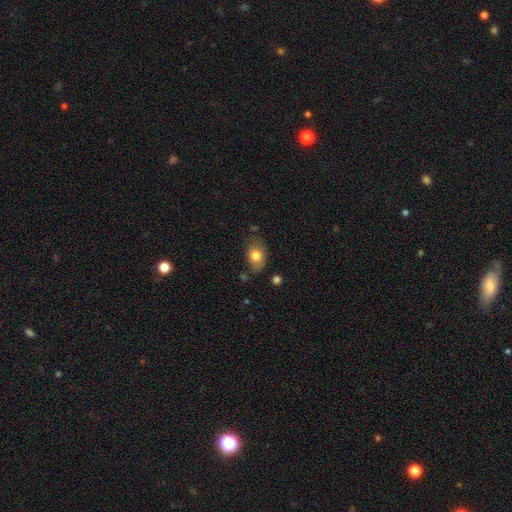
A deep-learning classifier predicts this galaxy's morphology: Smooth or featured: smooth — 78% (featured or disk — 14%)
How rounded: in between — 81% (round — 18%)
Merging: none — 68% (minor disturbance — 23%)